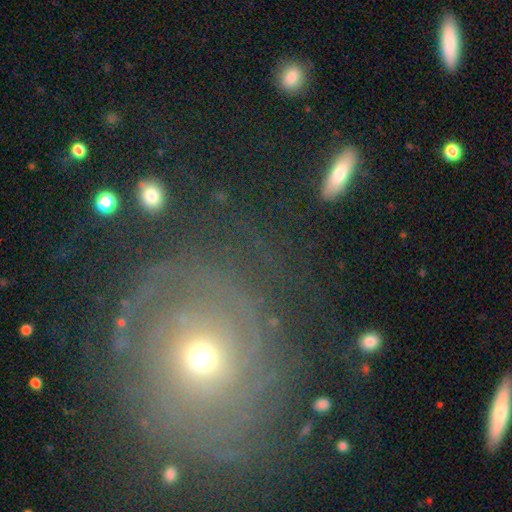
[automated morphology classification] Smooth or featured? featured or disk (57%)
Edge-on disk? no (88%)
Bar? no (75%)
Spiral arms? yes (74%)
Bulge size? moderate (49%)
Merging? none (74%)